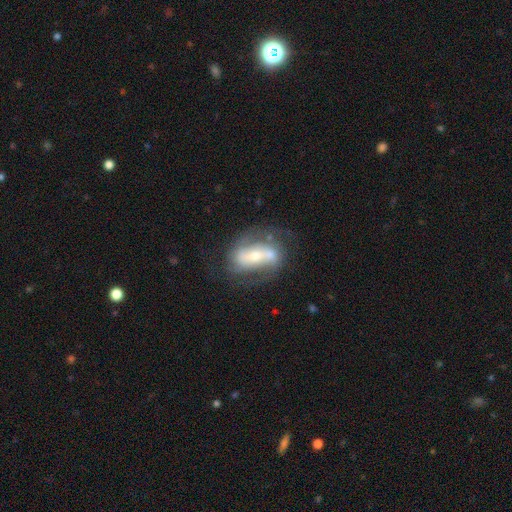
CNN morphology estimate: Smooth or featured? Predicted: featured or disk (p=0.74). Edge-on disk? Predicted: no (p=0.92). Bar? Predicted: strong (p=0.47). Spiral arms? Predicted: yes (p=0.81). Spiral winding? Predicted: medium (p=0.42). Spiral arm count? Predicted: 2 (p=0.78). Bulge size? Predicted: small (p=0.48). Merging? Predicted: none (p=0.59).